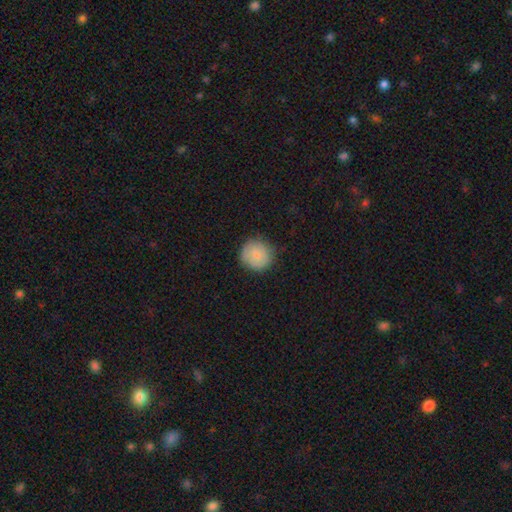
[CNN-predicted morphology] smooth_or_featured: smooth (p=0.82) [alt: featured or disk p=0.11]
how_rounded: round (p=0.92) [alt: in between p=0.07]
merging: none (p=0.78) [alt: minor disturbance p=0.17]